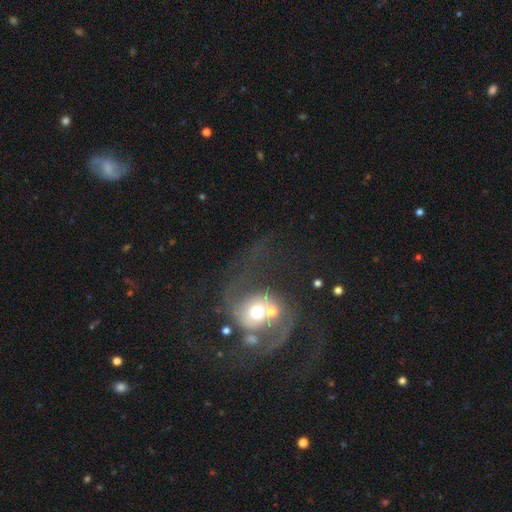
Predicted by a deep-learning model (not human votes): The model was most divided on "bar": no: 45%, weak: 37%, strong: 18%. Remaining: edge-on disk — no (98%); spiral arms — yes (91%); smooth or featured — featured or disk (83%); spiral arm count — 2 (79%); bulge size — moderate (54%); spiral winding — medium (49%); merging — none (44%).